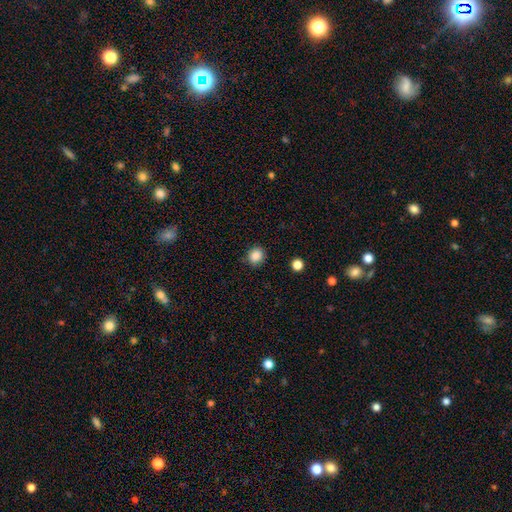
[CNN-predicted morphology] smooth_or_featured: smooth (p=0.86) [alt: star or artifact p=0.10]
how_rounded: round (p=0.83) [alt: in between p=0.16]
merging: none (p=0.88) [alt: minor disturbance p=0.08]